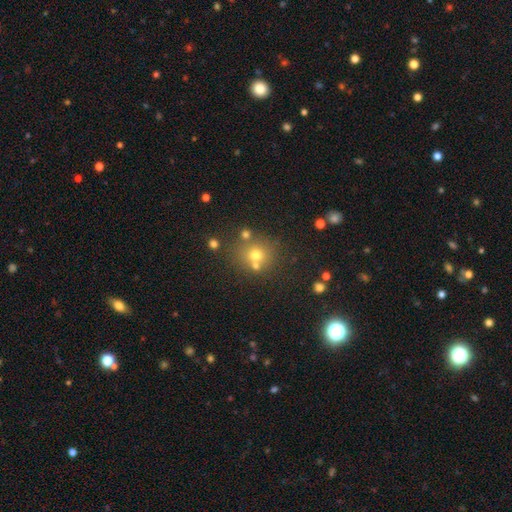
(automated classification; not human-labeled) Q: Smooth or featured?
A: smooth (66%); runner-up: star or artifact (20%)
Q: How rounded?
A: round (87%); runner-up: in between (12%)
Q: Merging?
A: none (66%); runner-up: merger (20%)